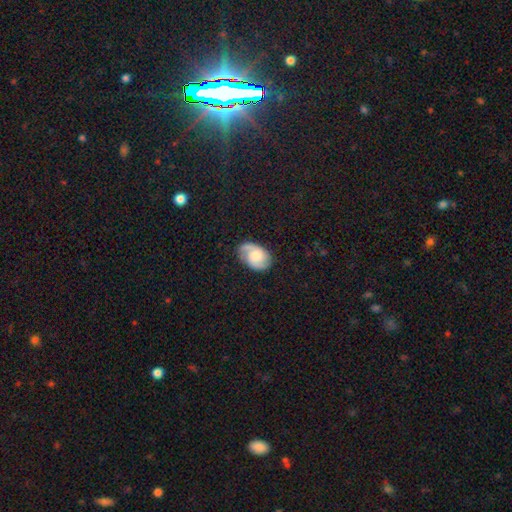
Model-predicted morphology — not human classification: A featured or disk galaxy (71%) with no bar (60%), 2 (86%) medium (46%) spiral arms (95%) and a moderate central bulge (47%). Merging: none (75%).